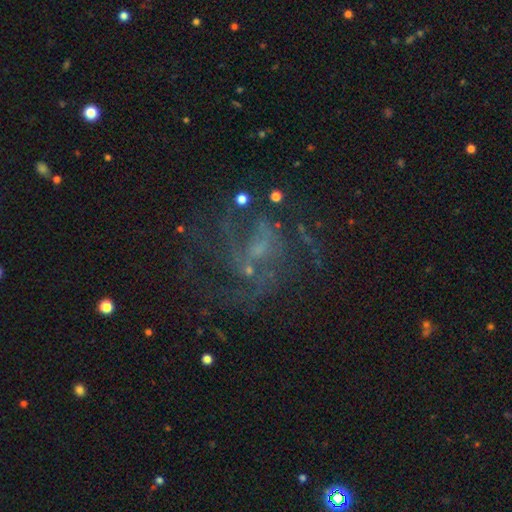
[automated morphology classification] Smooth or featured? Predicted: featured or disk (p=0.69). Edge-on disk? Predicted: no (p=0.98). Bar? Predicted: no (p=0.61). Spiral arms? Predicted: yes (p=0.76). Spiral winding? Predicted: medium (p=0.44). Spiral arm count? Predicted: can't tell (p=0.40). Bulge size? Predicted: small (p=0.52). Merging? Predicted: none (p=0.58).